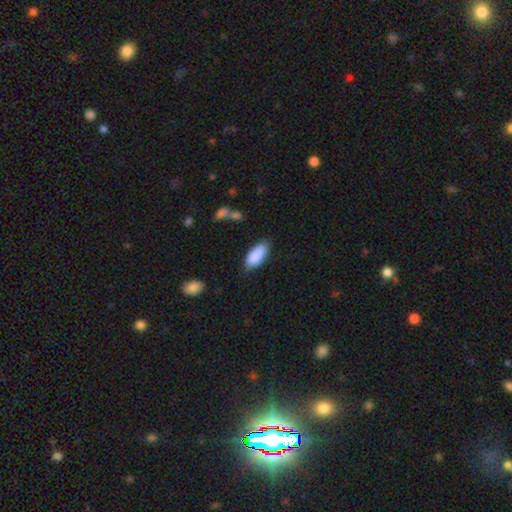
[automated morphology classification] The model was most divided on "merging": none: 75%, minor disturbance: 19%, major disturbance: 4%, merger: 2%. More confident: smooth or featured — smooth (89%); how rounded — in between (85%).